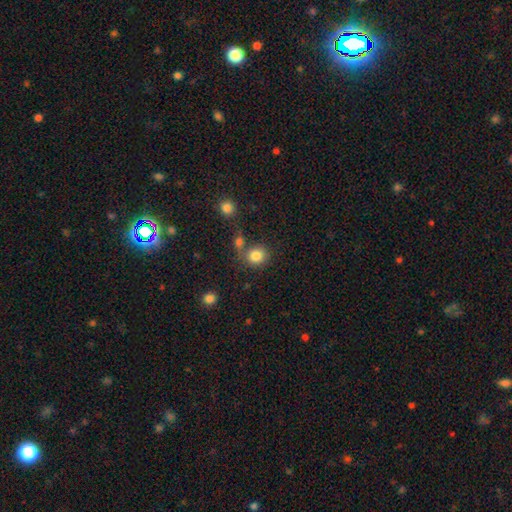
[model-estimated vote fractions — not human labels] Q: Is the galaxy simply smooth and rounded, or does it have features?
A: smooth — 84%.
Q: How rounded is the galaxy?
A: round — 79%.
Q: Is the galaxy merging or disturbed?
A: none — 62%.